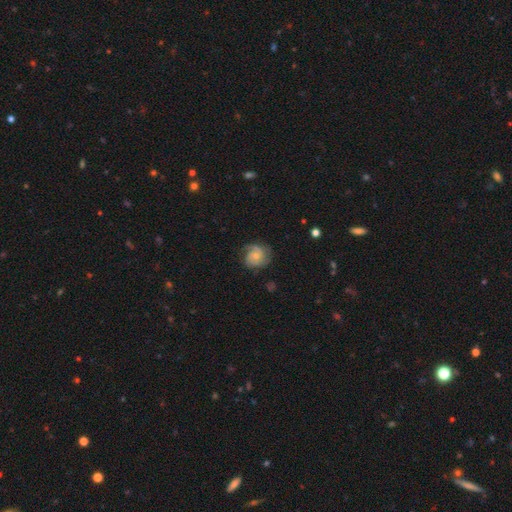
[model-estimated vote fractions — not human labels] Smooth or featured?
  - featured or disk: 69% *
  - smooth: 24%
  - star or artifact: 7%
Edge-on disk?
  - no: 98% *
  - yes: 2%
Bar?
  - no: 75% *
  - weak: 22%
  - strong: 3%
Spiral arms?
  - yes: 94% *
  - no: 6%
Spiral winding?
  - tight: 46% *
  - medium: 39%
  - loose: 15%
Spiral arm count?
  - 2: 41% *
  - 3: 22%
  - can't tell: 18%
  - 1: 12%
  - 4: 4%
  - more than 4: 3%
Bulge size?
  - small: 62% *
  - moderate: 25%
  - none: 9%
  - large: 2%
  - dominant: 1%
Merging?
  - none: 68% *
  - minor disturbance: 21%
  - major disturbance: 10%
  - merger: 1%